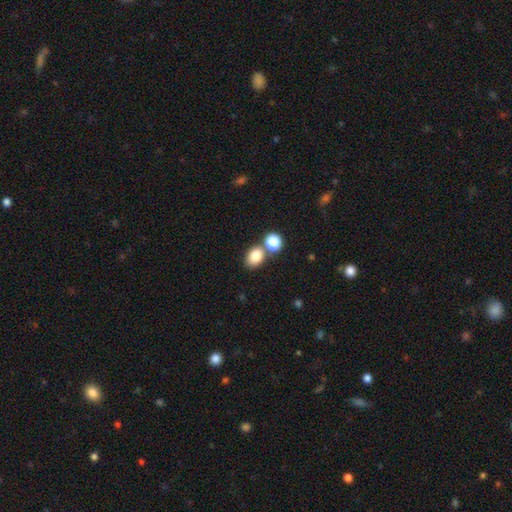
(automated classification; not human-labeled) Overall: smooth (82%). How rounded: in between (68%; round 31%). Merging: none (61%; merger 25%).